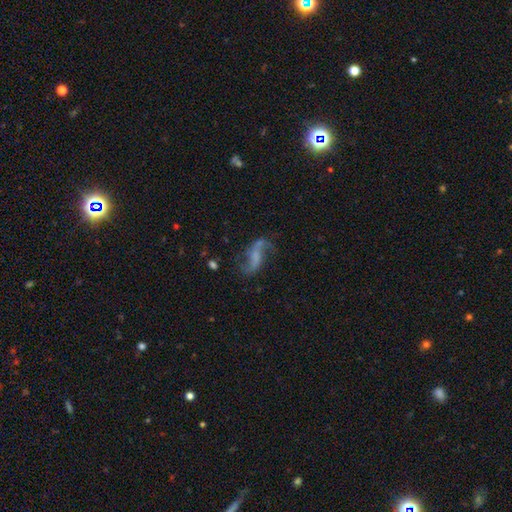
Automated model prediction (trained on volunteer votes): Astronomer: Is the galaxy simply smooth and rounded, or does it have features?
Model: featured or disk — 76%.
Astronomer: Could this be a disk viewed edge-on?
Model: no — 94%.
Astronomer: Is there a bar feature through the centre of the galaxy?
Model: weak — 38% (runner-up: no, 34%).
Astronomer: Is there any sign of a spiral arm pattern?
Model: yes — 91%.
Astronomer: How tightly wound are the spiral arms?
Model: loose — 82%.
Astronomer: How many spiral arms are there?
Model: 2 — 90%.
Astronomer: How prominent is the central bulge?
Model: none — 56%.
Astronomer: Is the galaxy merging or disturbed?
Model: none — 62%.